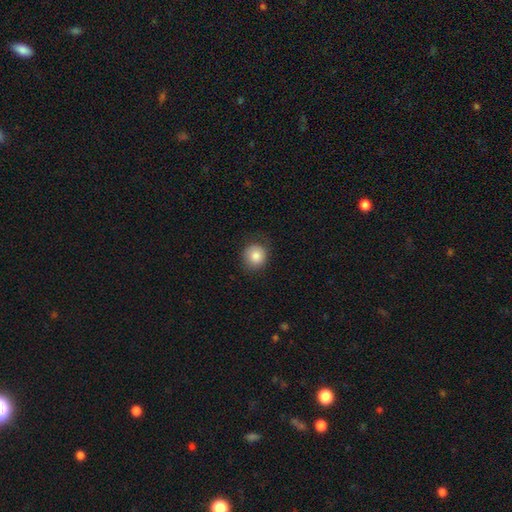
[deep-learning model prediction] Smooth or featured: smooth — 84% (star or artifact — 9%)
How rounded: round — 86% (in between — 13%)
Merging: none — 79% (minor disturbance — 15%)